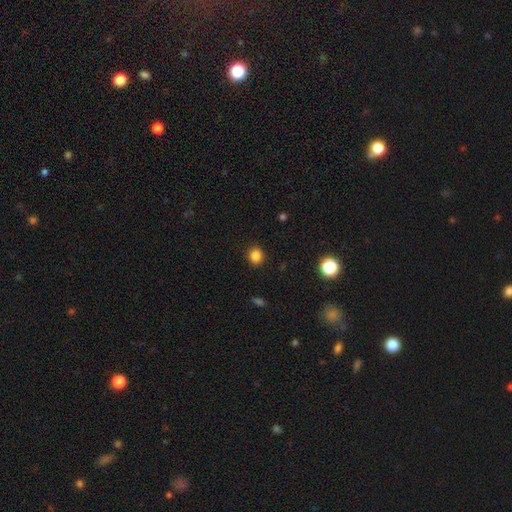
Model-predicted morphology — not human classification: This appears to be a smooth galaxy with no disk features (85%) that is round (82%). Merging: none (91%).